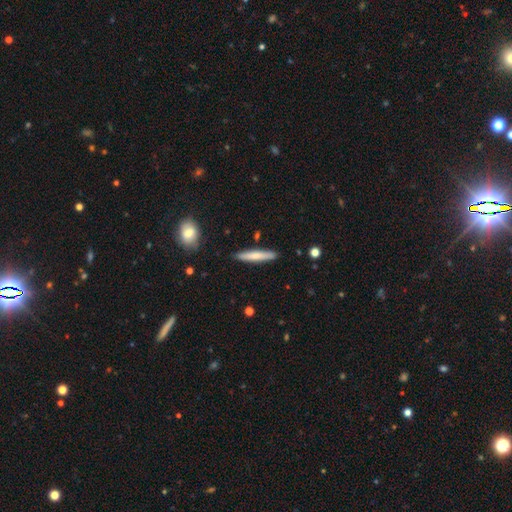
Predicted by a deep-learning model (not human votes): smooth-or-featured: smooth: 64% | featured or disk: 30% | star or artifact: 6%
  how-rounded: cigar-shaped: 90% | in between: 8% | round: 1%
  merging: none: 88% | minor disturbance: 8% | merger: 2% | major disturbance: 2%